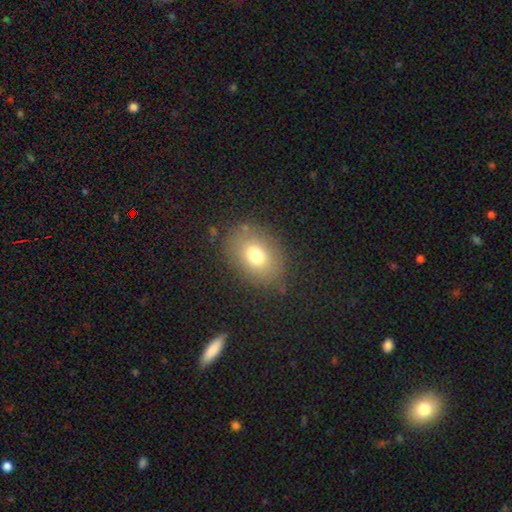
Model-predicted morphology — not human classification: Smooth or featured: smooth — 73% (featured or disk — 15%)
How rounded: in between — 67% (round — 32%)
Merging: none — 80% (minor disturbance — 13%)